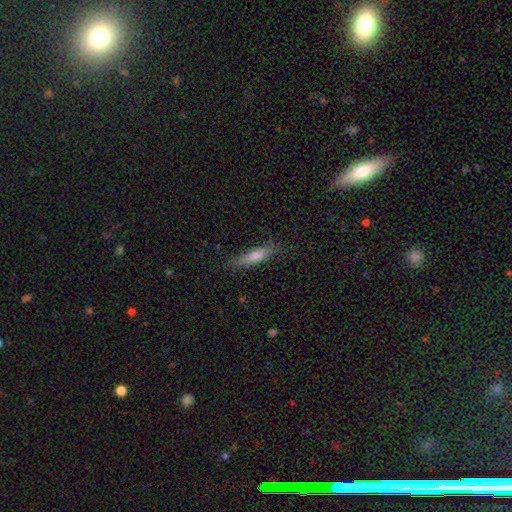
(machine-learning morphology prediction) smooth_or_featured: smooth (p=0.69) [alt: featured or disk p=0.24]
how_rounded: cigar-shaped (p=0.81) [alt: in between p=0.17]
merging: none (p=0.80) [alt: minor disturbance p=0.15]